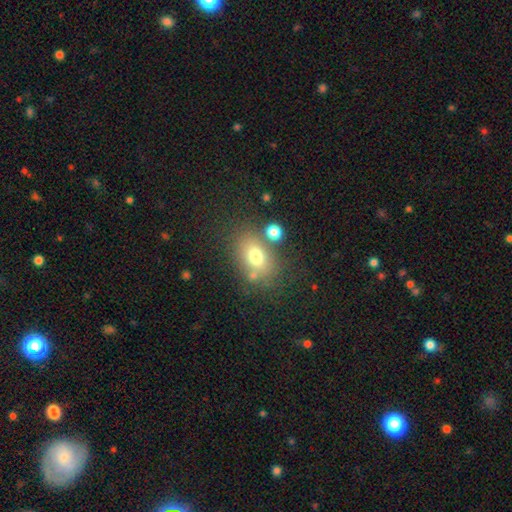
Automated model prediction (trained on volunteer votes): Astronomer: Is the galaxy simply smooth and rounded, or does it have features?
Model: smooth — 72%.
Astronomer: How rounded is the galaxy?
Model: in between — 73%.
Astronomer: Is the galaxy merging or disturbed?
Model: none — 66%.